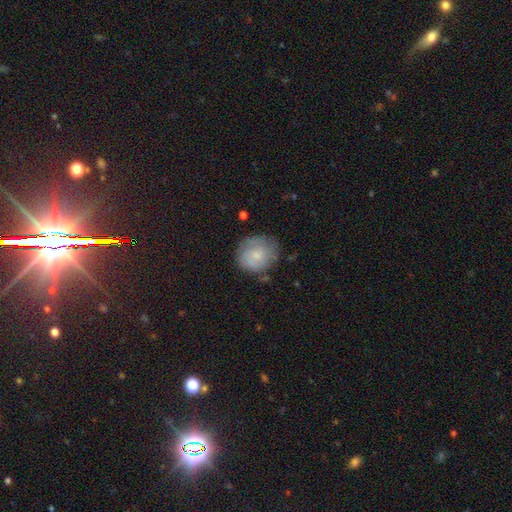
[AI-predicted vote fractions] smooth_or_featured: smooth (p=0.65) [alt: featured or disk p=0.27]
how_rounded: round (p=0.79) [alt: in between p=0.20]
merging: none (p=0.67) [alt: minor disturbance p=0.23]